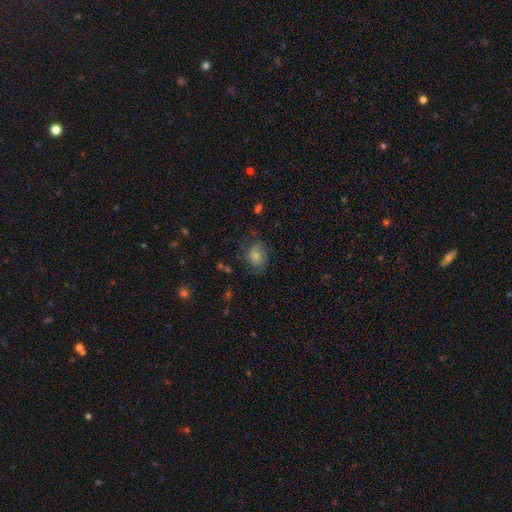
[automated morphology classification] smooth_or_featured: smooth (p=0.75) [alt: featured or disk p=0.16]
how_rounded: in between (p=0.54) [alt: round p=0.45]
merging: none (p=0.60) [alt: minor disturbance p=0.26]